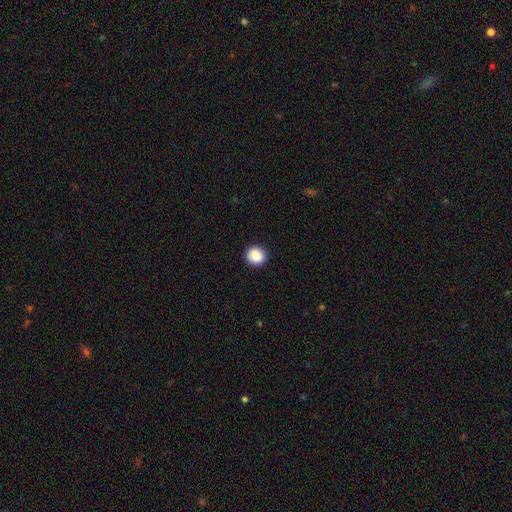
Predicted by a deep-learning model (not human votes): Q: Smooth or featured?
A: smooth (89%); runner-up: star or artifact (8%)
Q: How rounded?
A: round (88%); runner-up: in between (11%)
Q: Merging?
A: none (91%); runner-up: minor disturbance (6%)